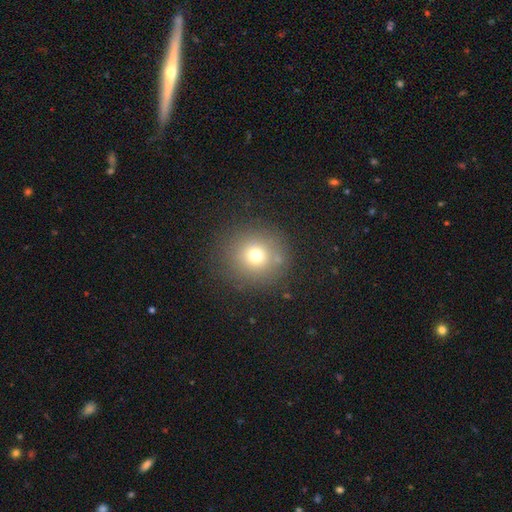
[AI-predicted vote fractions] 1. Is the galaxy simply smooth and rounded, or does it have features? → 69% smooth, 18% star or artifact, 13% featured or disk.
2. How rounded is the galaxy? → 92% round, 7% in between, 1% cigar-shaped.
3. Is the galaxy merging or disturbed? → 84% none, 9% minor disturbance, 5% major disturbance, 2% merger.